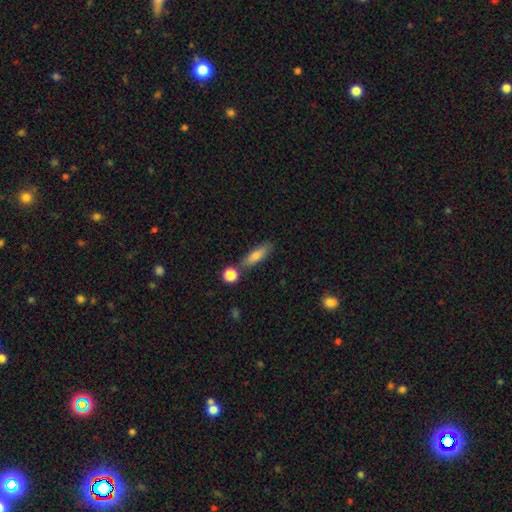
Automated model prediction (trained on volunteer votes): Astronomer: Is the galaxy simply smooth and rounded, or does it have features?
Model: smooth — 73%.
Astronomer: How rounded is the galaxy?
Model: cigar-shaped — 57% (runner-up: in between, 40%).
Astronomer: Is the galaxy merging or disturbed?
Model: none — 74%.